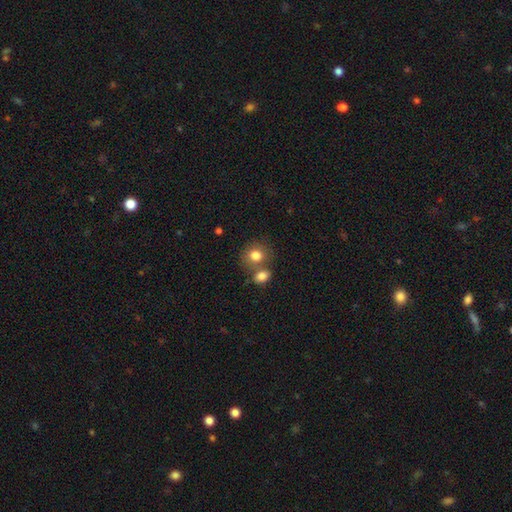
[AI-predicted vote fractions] A smooth galaxy with no disk features (81%) that is round (63%). Merging: none (50%).